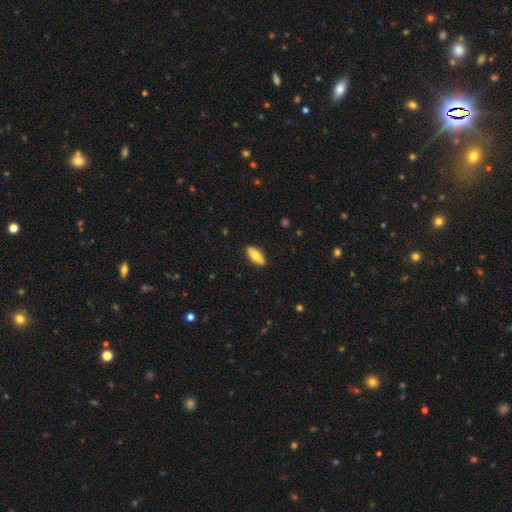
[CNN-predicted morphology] This is likely a smooth galaxy (73%). How rounded: likely in between (74%). Merging: clearly none (89%).